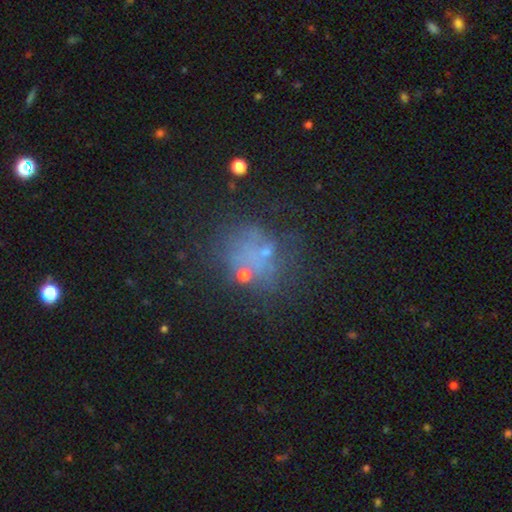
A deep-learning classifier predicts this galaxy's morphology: Smooth or featured?
  - smooth: 42% *
  - star or artifact: 30%
  - featured or disk: 28%
Merging?
  - none: 57% *
  - minor disturbance: 18%
  - major disturbance: 16%
  - merger: 9%